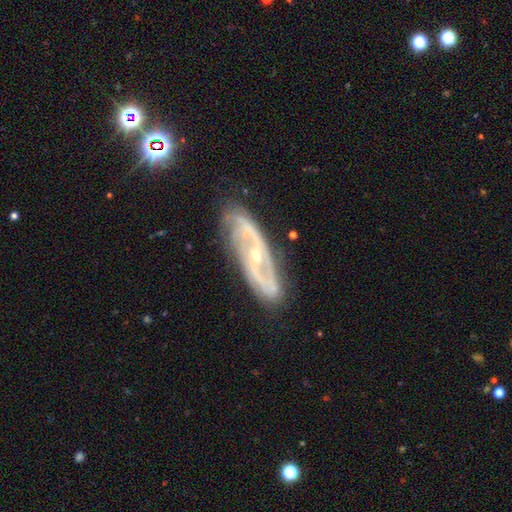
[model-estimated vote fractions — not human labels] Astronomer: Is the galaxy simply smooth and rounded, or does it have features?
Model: featured or disk — 84%.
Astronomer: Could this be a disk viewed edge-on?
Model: no — 82%.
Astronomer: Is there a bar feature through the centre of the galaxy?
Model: no — 45% (runner-up: weak, 34%).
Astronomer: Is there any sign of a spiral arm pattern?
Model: yes — 91%.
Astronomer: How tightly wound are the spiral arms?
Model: medium — 44% (runner-up: tight, 35%).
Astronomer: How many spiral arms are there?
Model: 2 — 70%.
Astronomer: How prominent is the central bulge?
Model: small — 69%.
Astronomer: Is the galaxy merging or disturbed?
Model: none — 80%.